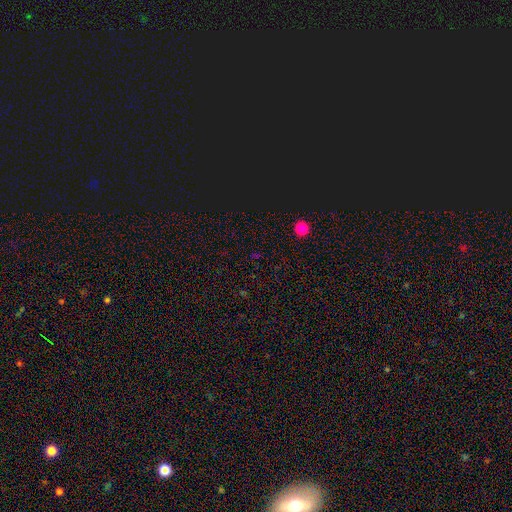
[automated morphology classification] smooth-or-featured: star or artifact: 66% | smooth: 28% | featured or disk: 7%